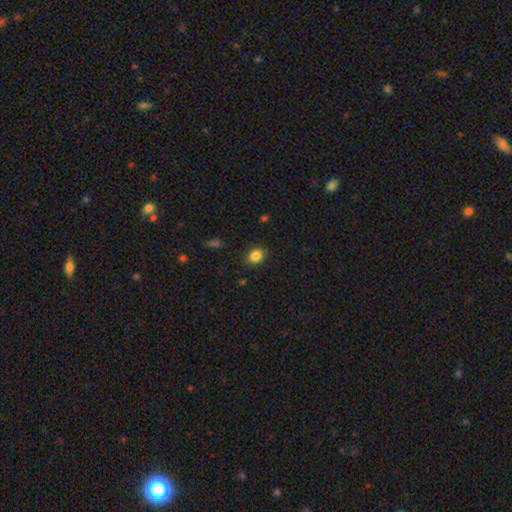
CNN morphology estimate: Smooth or featured?
  - smooth: 85% *
  - star or artifact: 10%
  - featured or disk: 5%
How rounded?
  - round: 53% *
  - in between: 46%
  - cigar-shaped: 1%
Merging?
  - none: 88% *
  - minor disturbance: 9%
  - major disturbance: 2%
  - merger: 1%